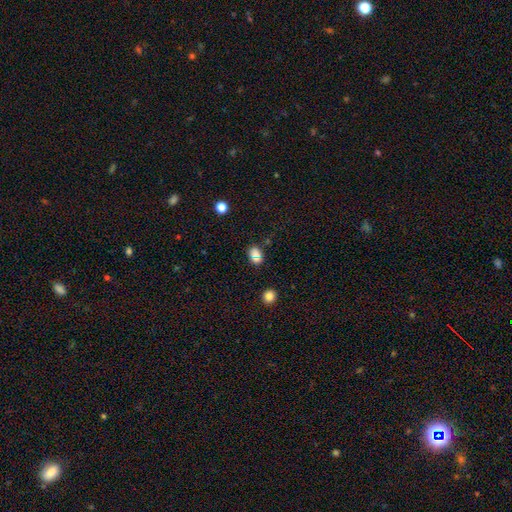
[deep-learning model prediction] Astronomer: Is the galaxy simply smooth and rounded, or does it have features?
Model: smooth — 69%.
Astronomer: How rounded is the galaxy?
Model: round — 51% (runner-up: in between, 47%).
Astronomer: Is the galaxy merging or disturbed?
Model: none — 76%.